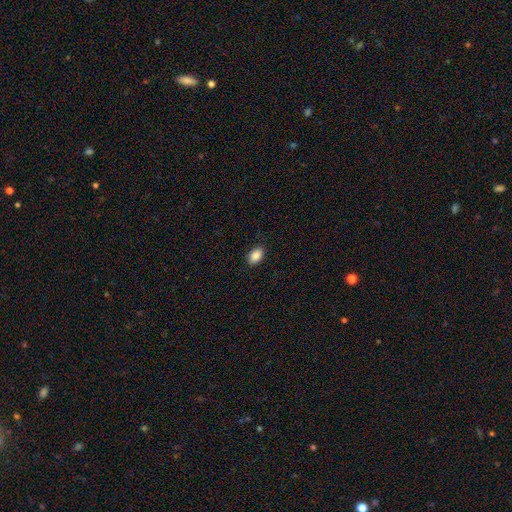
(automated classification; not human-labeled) The model was most divided on "merging": none: 88%, minor disturbance: 9%, major disturbance: 2%, merger: 1%. More confident: how rounded — in between (90%); smooth or featured — smooth (89%).